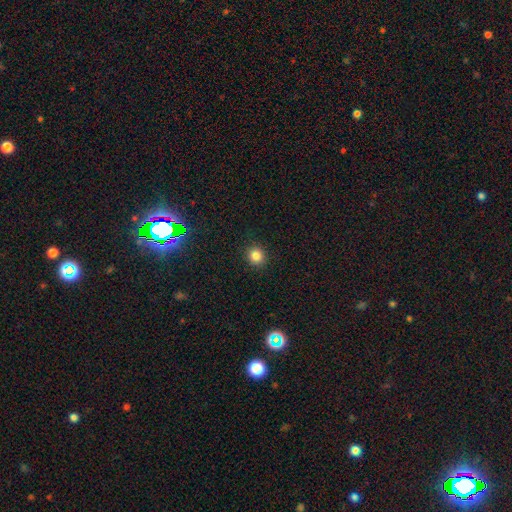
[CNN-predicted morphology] Overall: smooth (83%). How rounded: round (89%). Merging: none (91%).